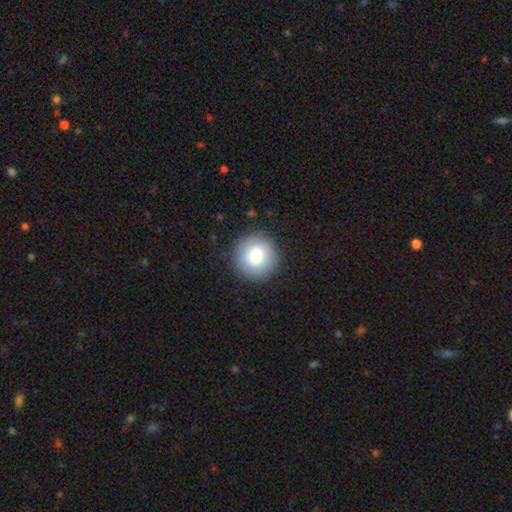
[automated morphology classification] type=smooth (73%); roundness=round (93%); merging=none (86%).